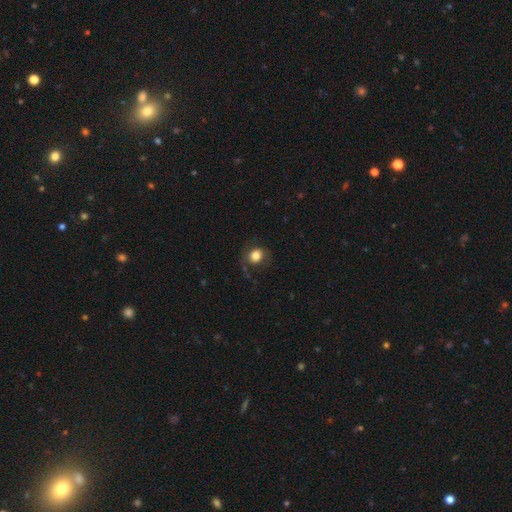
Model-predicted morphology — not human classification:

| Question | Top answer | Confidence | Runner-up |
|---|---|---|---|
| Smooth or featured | smooth | 80% | featured or disk (10%) |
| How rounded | round | 68% | in between (31%) |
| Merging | none | 71% | minor disturbance (18%) |